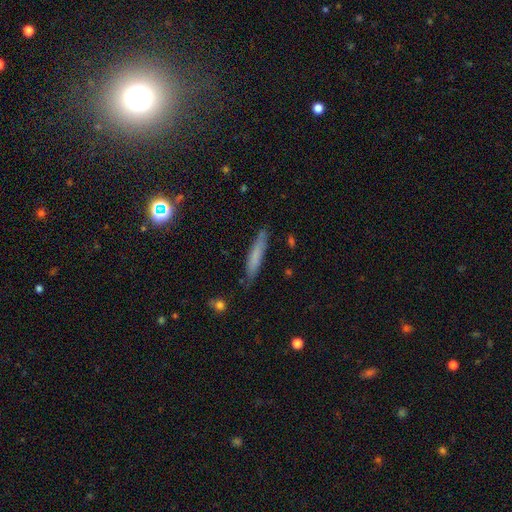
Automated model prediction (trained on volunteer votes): The model was most divided on "smooth or featured": smooth: 68%, featured or disk: 23%, star or artifact: 8%. More confident: how rounded — cigar-shaped (92%); merging — none (84%).